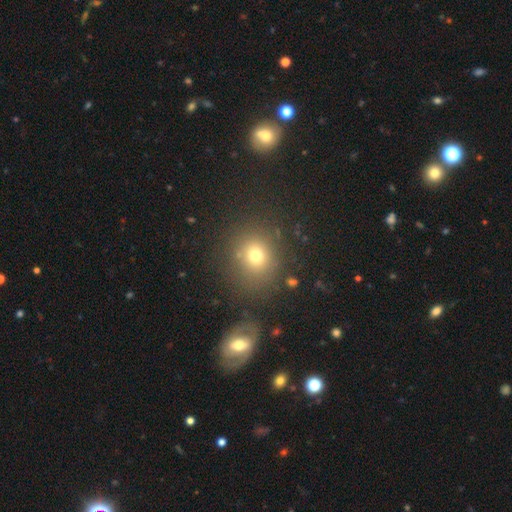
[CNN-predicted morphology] smooth-or-featured: smooth: 72% | star or artifact: 17% | featured or disk: 11%
  how-rounded: round: 77% | in between: 22% | cigar-shaped: 1%
  merging: none: 77% | minor disturbance: 11% | merger: 6% | major disturbance: 6%